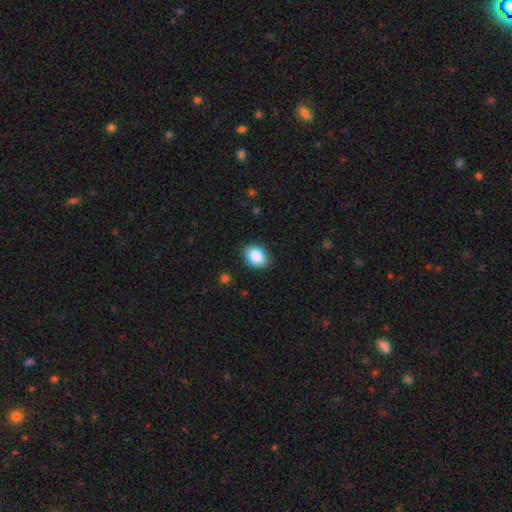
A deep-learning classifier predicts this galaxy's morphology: Smooth or featured? Predicted: smooth (p=0.86). How rounded? Predicted: in between (p=0.72). Merging? Predicted: none (p=0.87).